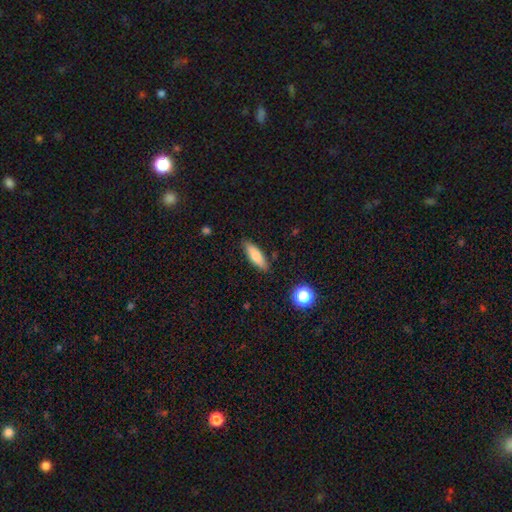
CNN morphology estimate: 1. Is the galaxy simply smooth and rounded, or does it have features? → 75% smooth, 17% featured or disk, 8% star or artifact.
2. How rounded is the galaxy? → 53% in between, 45% cigar-shaped, 3% round.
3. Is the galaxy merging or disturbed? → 85% none, 11% minor disturbance, 2% major disturbance, 2% merger.